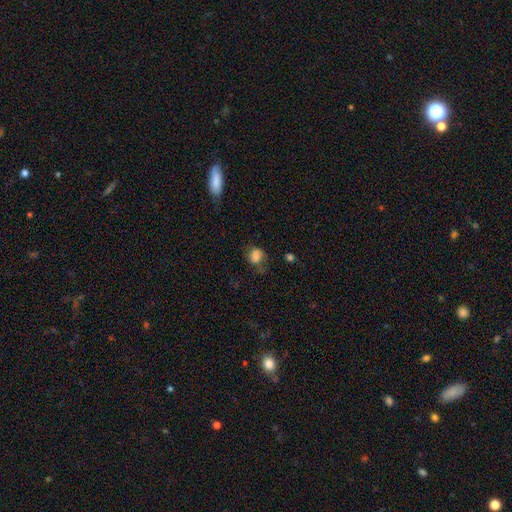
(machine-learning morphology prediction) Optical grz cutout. It shows a smooth galaxy with no disk features (77%) that is in between round and cigar-shaped (51%). Merging: none (51%).